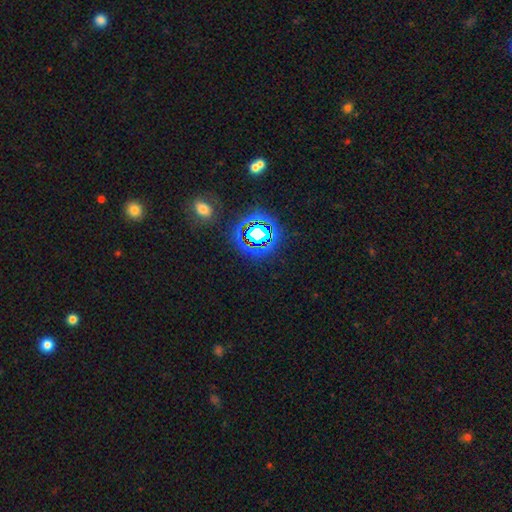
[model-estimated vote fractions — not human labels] Smooth or featured: star or artifact — 73% (smooth — 17%)